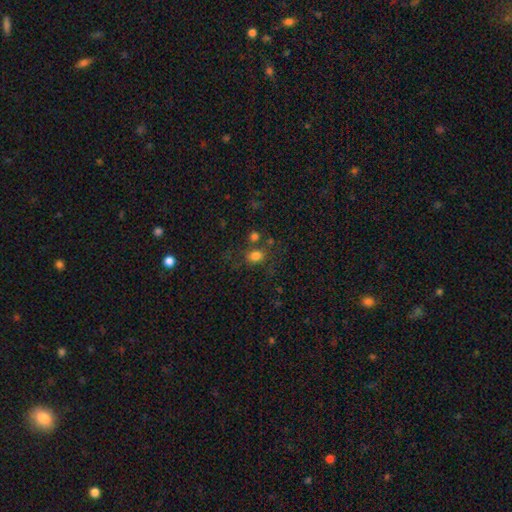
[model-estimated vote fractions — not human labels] The model was most divided on "how rounded": round: 60%, in between: 38%, cigar-shaped: 1%. More confident: smooth or featured — smooth (78%); merging — none (65%).